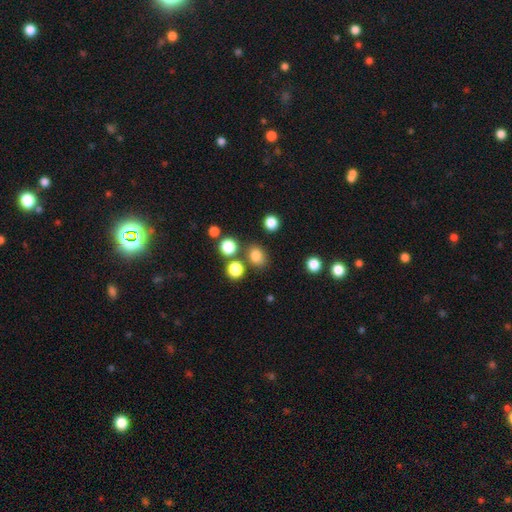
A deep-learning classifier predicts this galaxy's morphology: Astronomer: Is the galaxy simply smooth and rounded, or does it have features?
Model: smooth — 80%.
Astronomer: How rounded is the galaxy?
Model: round — 57% (runner-up: in between, 42%).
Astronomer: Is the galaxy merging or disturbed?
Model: none — 75%.